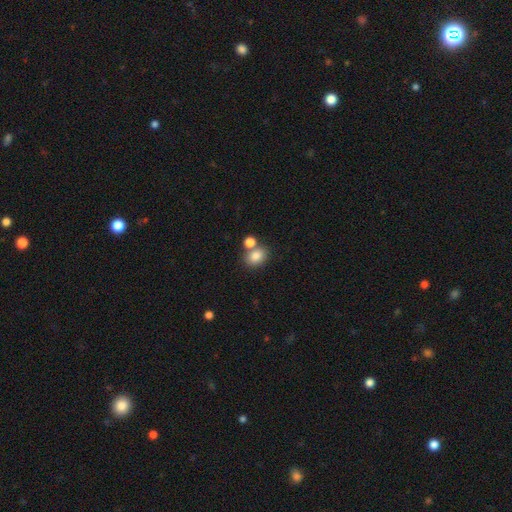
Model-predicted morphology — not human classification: Smooth or featured?
  - smooth: 83% *
  - star or artifact: 10%
  - featured or disk: 7%
How rounded?
  - in between: 60% *
  - round: 39%
  - cigar-shaped: 1%
Merging?
  - none: 56% *
  - merger: 29%
  - minor disturbance: 10%
  - major disturbance: 4%